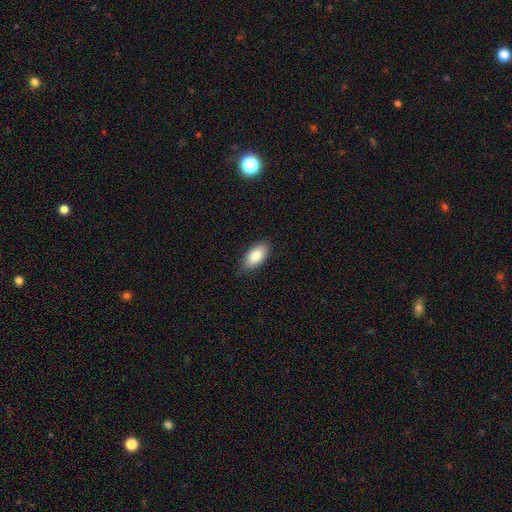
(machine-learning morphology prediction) smooth-or-featured: smooth: 85% | featured or disk: 9% | star or artifact: 7%
  how-rounded: in between: 93% | cigar-shaped: 4% | round: 3%
  merging: none: 82% | minor disturbance: 15% | major disturbance: 3% | merger: 1%